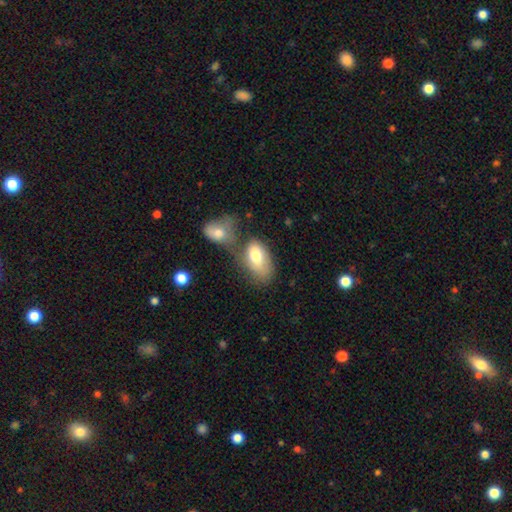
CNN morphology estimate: Smooth or featured: smooth — 74% (featured or disk — 20%)
How rounded: in between — 92% (round — 6%)
Merging: merger — 50% (none — 26%)